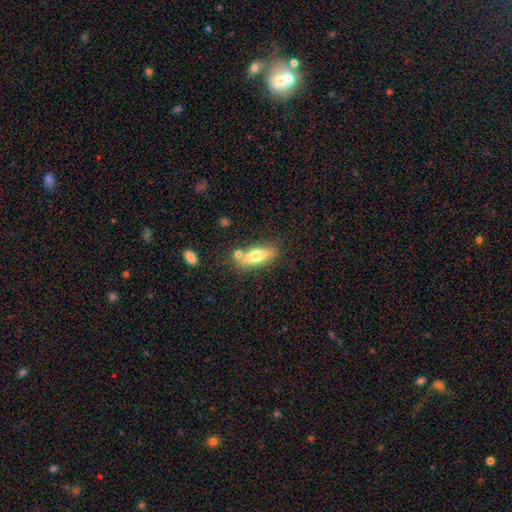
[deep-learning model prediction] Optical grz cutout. It shows a smooth galaxy with no disk features (63%) that is in between round and cigar-shaped (53%). Merging: none (67%).